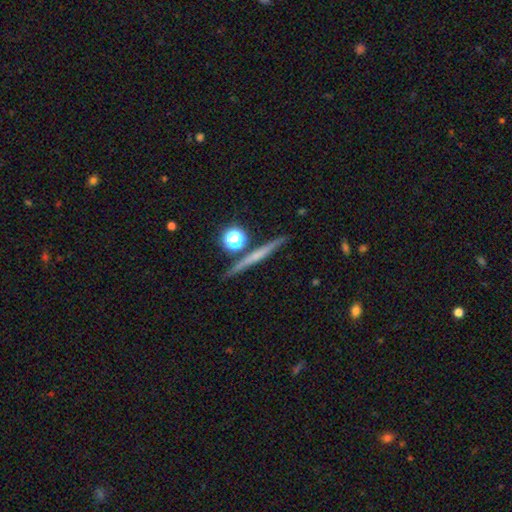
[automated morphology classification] Smooth or featured?
  - featured or disk: 51% *
  - smooth: 40%
  - star or artifact: 10%
Edge-on disk?
  - yes: 95% *
  - no: 5%
Merging?
  - none: 85% *
  - minor disturbance: 7%
  - merger: 5%
  - major disturbance: 2%